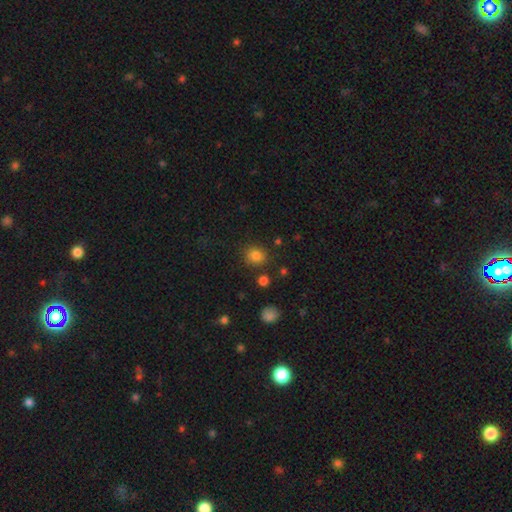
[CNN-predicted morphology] Smooth or featured? smooth (83%)
How rounded? round (76%)
Merging? none (83%)